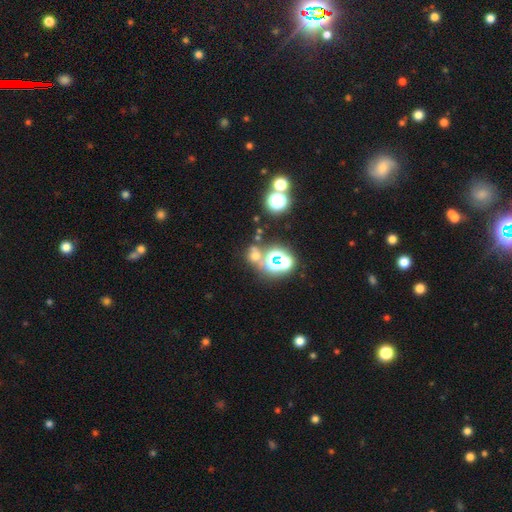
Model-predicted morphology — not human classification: This is possibly a smooth galaxy (47%). Merging: possibly none (59%).